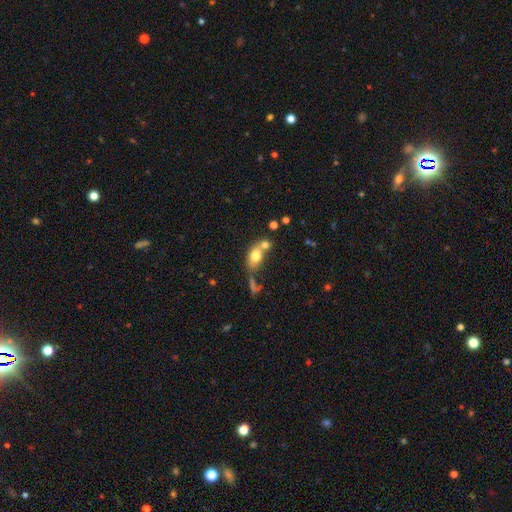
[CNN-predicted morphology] Smooth or featured?
  - smooth: 73% *
  - featured or disk: 17%
  - star or artifact: 10%
How rounded?
  - in between: 68% *
  - round: 29%
  - cigar-shaped: 3%
Merging?
  - merger: 50% *
  - none: 30%
  - minor disturbance: 11%
  - major disturbance: 9%